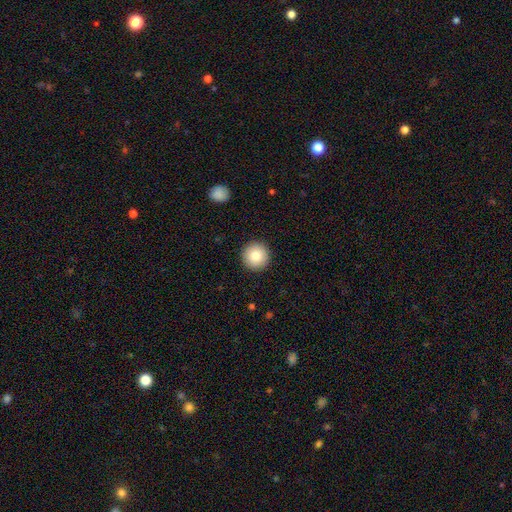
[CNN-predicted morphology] Smooth or featured: smooth — 84% (star or artifact — 8%)
How rounded: round — 96% (in between — 3%)
Merging: none — 93% (minor disturbance — 5%)